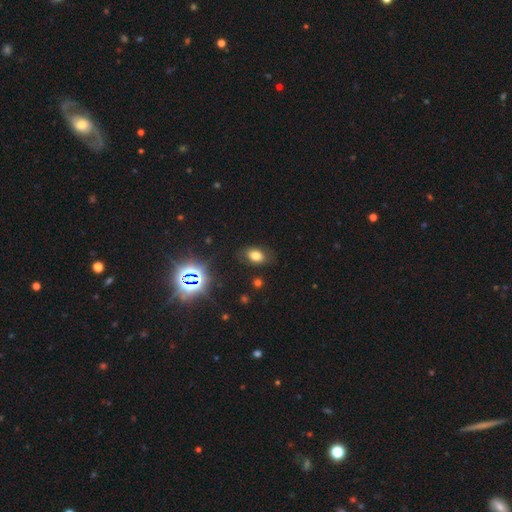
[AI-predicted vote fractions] A smooth galaxy with no disk features (72%) that is in between round and cigar-shaped (82%). Merging: none (82%).